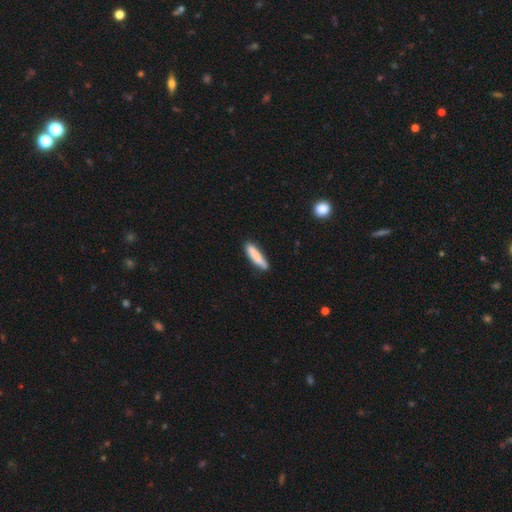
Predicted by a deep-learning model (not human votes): Q: Smooth or featured?
A: smooth (83%); runner-up: featured or disk (11%)
Q: How rounded?
A: cigar-shaped (84%); runner-up: in between (15%)
Q: Merging?
A: none (83%); runner-up: minor disturbance (13%)